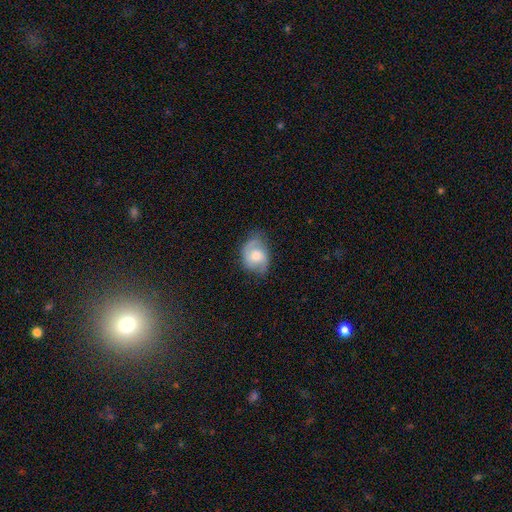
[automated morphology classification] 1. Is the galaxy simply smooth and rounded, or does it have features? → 67% featured or disk, 26% smooth, 7% star or artifact.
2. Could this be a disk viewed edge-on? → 97% no, 3% yes.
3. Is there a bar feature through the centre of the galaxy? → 61% no, 33% weak, 5% strong.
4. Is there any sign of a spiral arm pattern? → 90% yes, 10% no.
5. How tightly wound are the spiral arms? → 47% medium, 33% tight, 20% loose.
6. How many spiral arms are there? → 82% 2, 9% can't tell, 5% 1, 2% 3, 1% 4, 1% more than 4.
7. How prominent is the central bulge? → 66% moderate, 23% small, 8% large, 2% none, 1% dominant.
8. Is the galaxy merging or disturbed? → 71% none, 22% minor disturbance, 6% major disturbance, 1% merger.